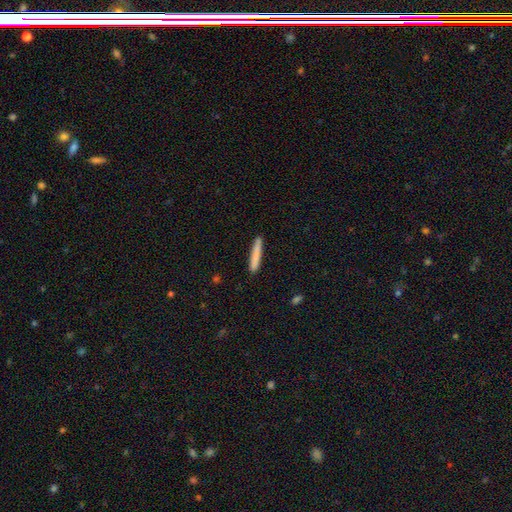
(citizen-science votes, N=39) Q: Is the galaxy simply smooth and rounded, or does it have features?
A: smooth — 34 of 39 (87%).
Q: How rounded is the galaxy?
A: cigar-shaped — 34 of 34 (100%).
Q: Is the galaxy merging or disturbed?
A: none — 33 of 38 (87%).